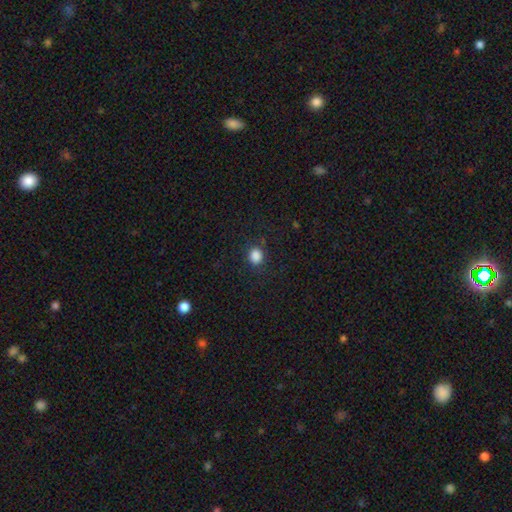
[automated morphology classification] type=smooth (86%); roundness=round (72%); merging=none (86%).